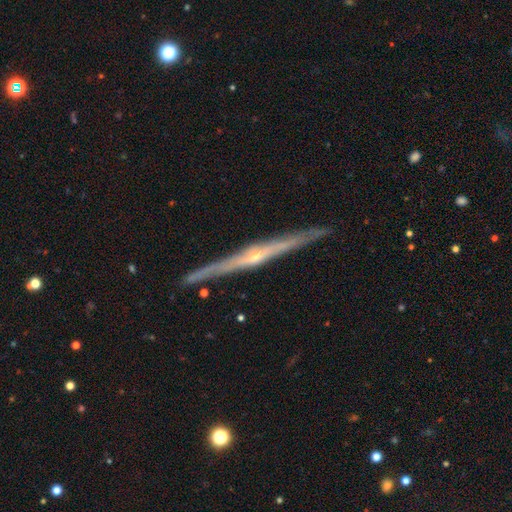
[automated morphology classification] Smooth or featured? featured or disk (84%)
Edge-on disk? yes (98%)
Edge-on bulge? rounded (71%)
Merging? none (91%)